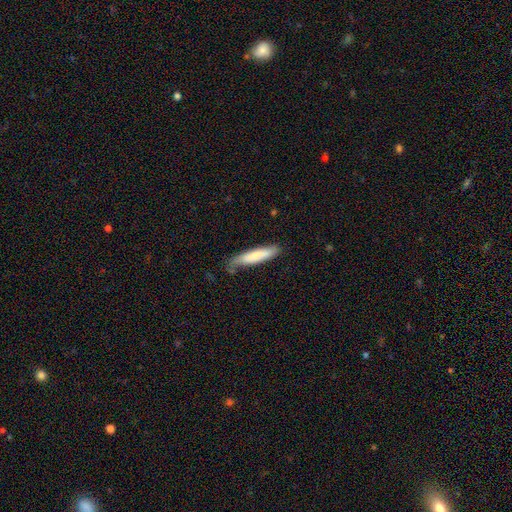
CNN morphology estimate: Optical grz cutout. It shows a smooth galaxy with no disk features (78%) that is cigar-shaped (86%). Merging: none (64%).